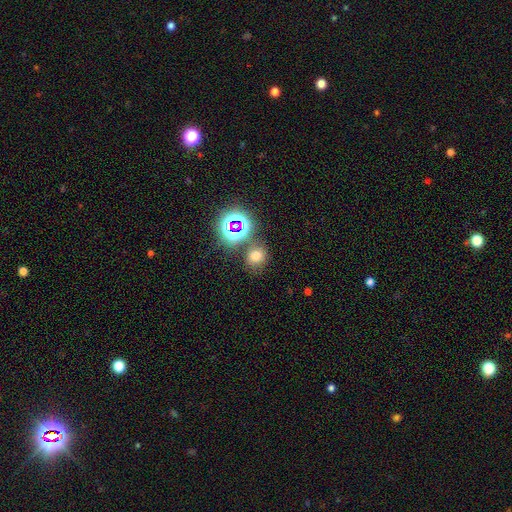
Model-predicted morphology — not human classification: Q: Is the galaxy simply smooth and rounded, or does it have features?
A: smooth — 64%.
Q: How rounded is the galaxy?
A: round — 74%.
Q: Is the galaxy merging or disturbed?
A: none — 73%.